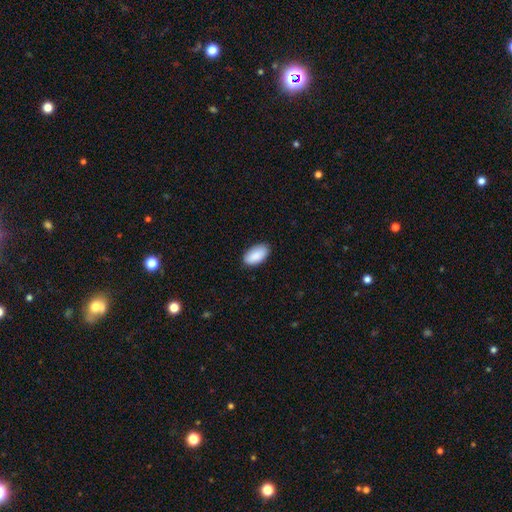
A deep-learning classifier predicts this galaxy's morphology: Overall: smooth (91%). How rounded: in between (95%). Merging: none (87%).